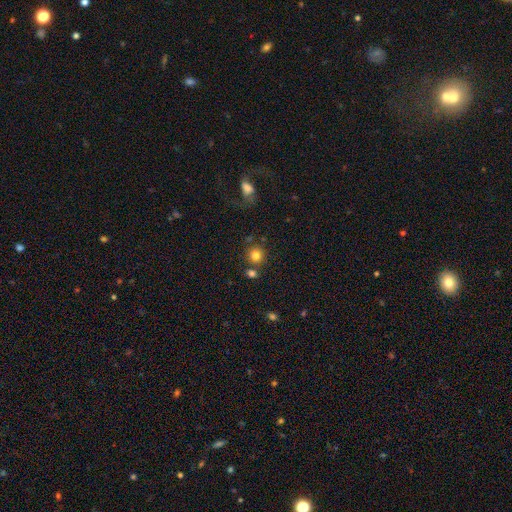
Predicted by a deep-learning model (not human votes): A smooth galaxy with no disk features (81%) that is round (90%).

Vote fractions:
- Smooth or featured? smooth: 81% / star or artifact: 12% / featured or disk: 8%
- How rounded? round: 90% / in between: 9% / cigar-shaped: 1%
- Merging? none: 74% / merger: 14% / minor disturbance: 9% / major disturbance: 4%